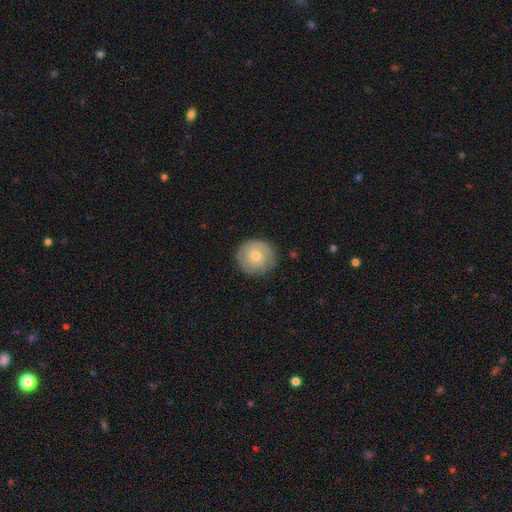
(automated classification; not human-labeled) Smooth or featured: smooth — 54% (featured or disk — 39%)
How rounded: round — 92% (in between — 7%)
Merging: none — 82% (minor disturbance — 14%)